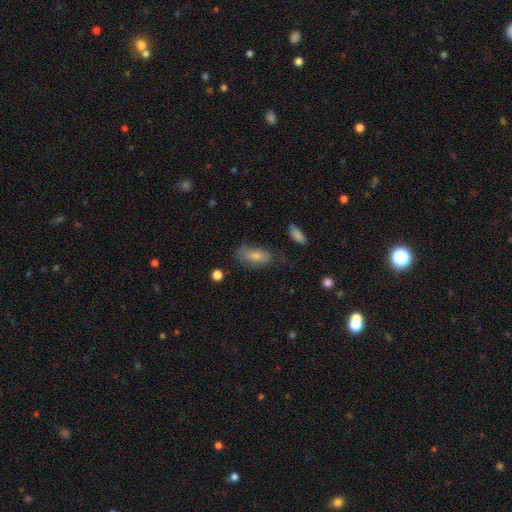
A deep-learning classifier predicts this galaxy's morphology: smooth-or-featured: smooth: 73% | featured or disk: 19% | star or artifact: 8%
  how-rounded: in between: 82% | cigar-shaped: 14% | round: 3%
  merging: none: 60% | minor disturbance: 26% | major disturbance: 10% | merger: 3%